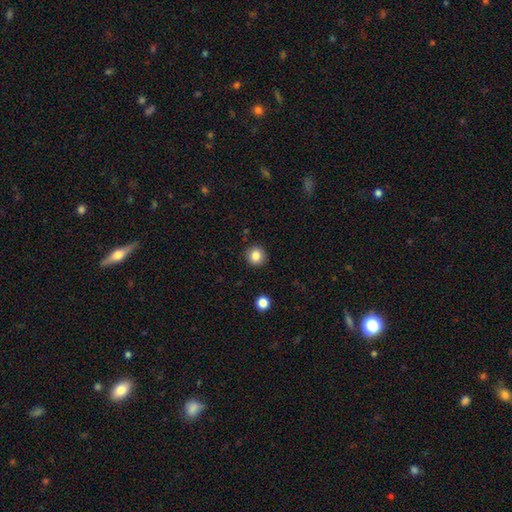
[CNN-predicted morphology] smooth_or_featured: smooth (p=0.84) [alt: star or artifact p=0.11]
how_rounded: round (p=0.92) [alt: in between p=0.07]
merging: none (p=0.91) [alt: minor disturbance p=0.06]